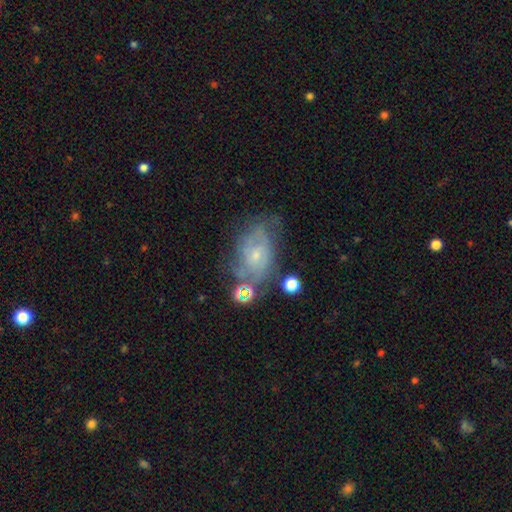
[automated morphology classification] This is likely a featured or disk galaxy (64%). It is clearly not viewed edge-on (96%). Bar: likely no (74%). Spiral arm pattern: likely yes (71%). Central bulge: likely small (71%). Merging: possibly none (46%).